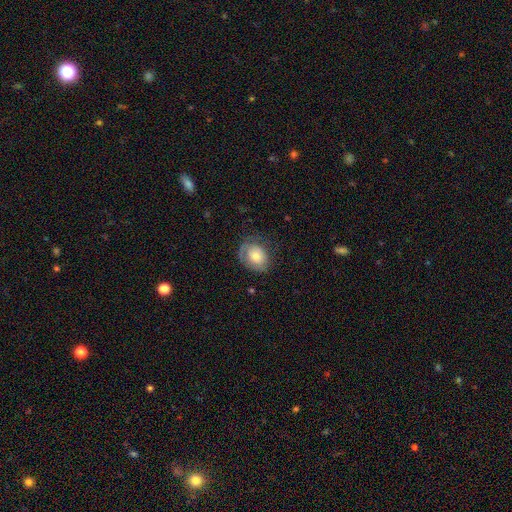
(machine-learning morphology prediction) A smooth galaxy with no disk features (63%) that is in between round and cigar-shaped (54%).

Vote fractions:
- Smooth or featured? smooth: 63% / featured or disk: 29% / star or artifact: 7%
- How rounded? in between: 54% / round: 45% / cigar-shaped: 1%
- Merging? none: 60% / minor disturbance: 25% / major disturbance: 13% / merger: 1%